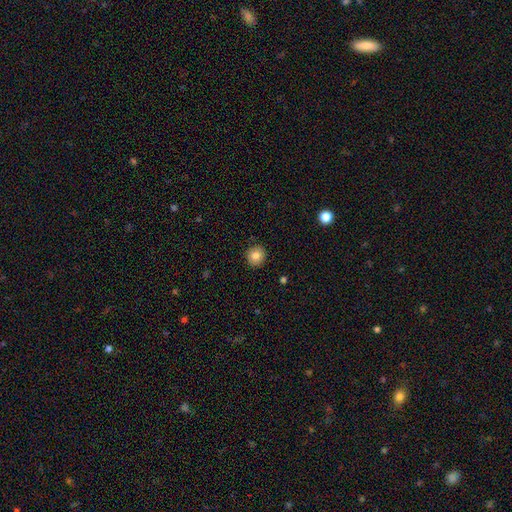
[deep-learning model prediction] smooth-or-featured: smooth: 83% | star or artifact: 9% | featured or disk: 7%
  how-rounded: round: 91% | in between: 8% | cigar-shaped: 1%
  merging: none: 90% | minor disturbance: 7% | major disturbance: 2% | merger: 1%